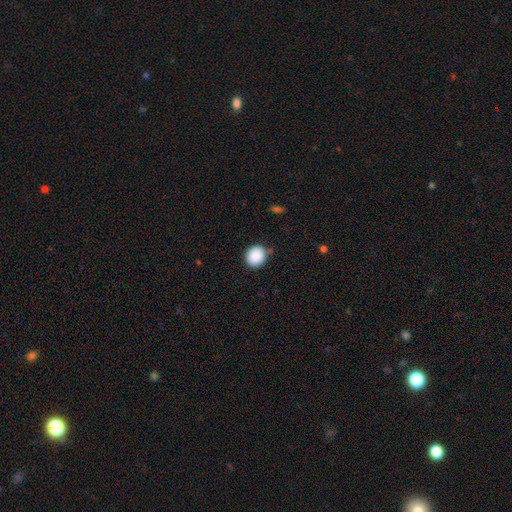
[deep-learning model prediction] The model was most divided on "how rounded": round: 83%, in between: 16%, cigar-shaped: 1%. More confident: smooth or featured — smooth (89%); merging — none (85%).